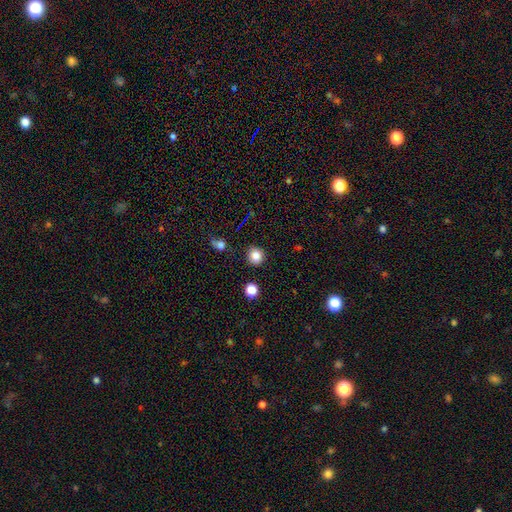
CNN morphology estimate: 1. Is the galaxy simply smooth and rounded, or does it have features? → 83% smooth, 12% star or artifact, 5% featured or disk.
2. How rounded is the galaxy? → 91% round, 8% in between, 1% cigar-shaped.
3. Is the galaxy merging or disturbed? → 89% none, 6% minor disturbance, 2% merger, 2% major disturbance.